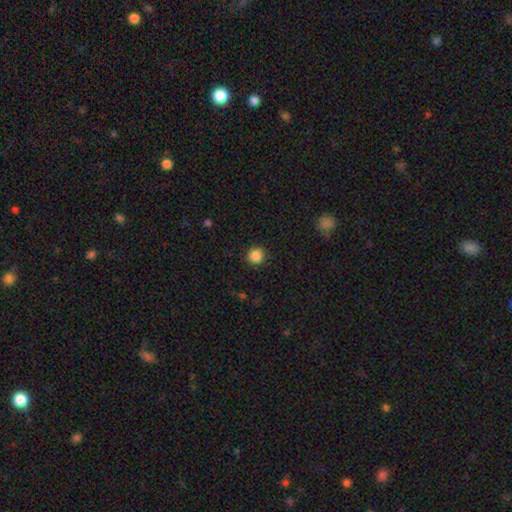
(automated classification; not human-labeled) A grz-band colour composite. It shows a smooth galaxy with no disk features (86%) that is round (94%). Merging: none (91%).